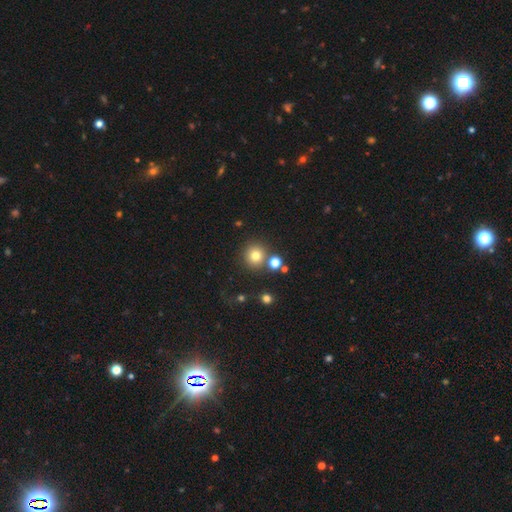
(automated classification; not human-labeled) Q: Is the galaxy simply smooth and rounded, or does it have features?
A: smooth — 77%.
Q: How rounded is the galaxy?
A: round — 92%.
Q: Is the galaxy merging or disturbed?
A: none — 79%.